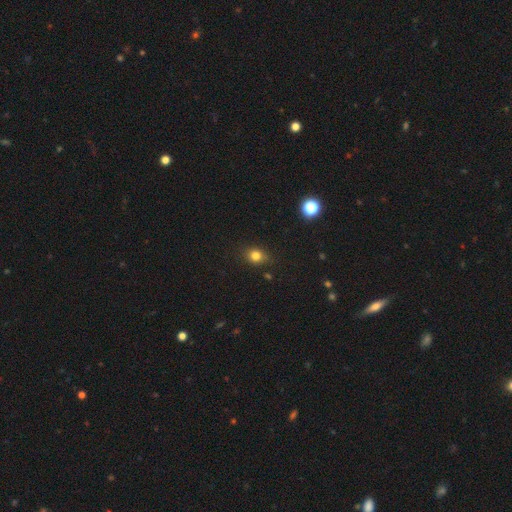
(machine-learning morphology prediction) Smooth or featured: smooth — 80% (star or artifact — 13%)
How rounded: round — 61% (in between — 37%)
Merging: none — 80% (minor disturbance — 15%)